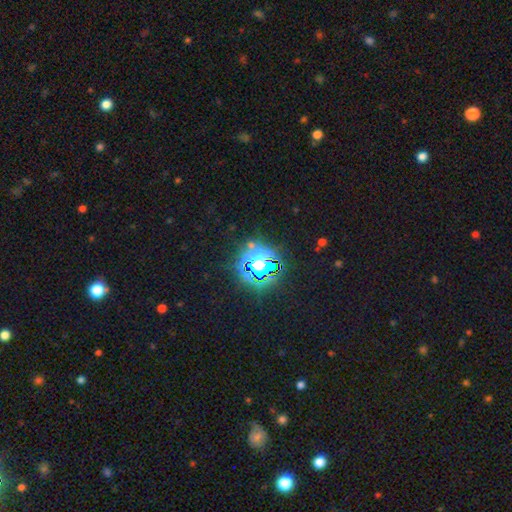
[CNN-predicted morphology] Smooth or featured? star or artifact (77%)